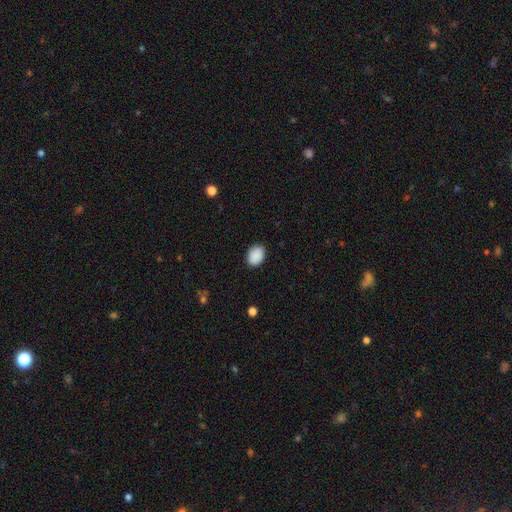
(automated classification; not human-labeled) Smooth or featured? smooth (90%)
How rounded? in between (71%)
Merging? none (86%)